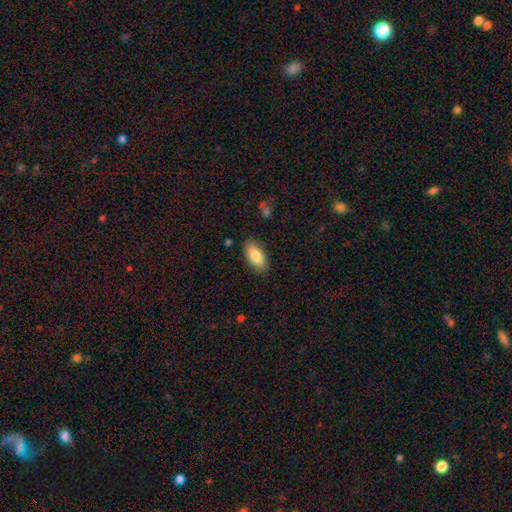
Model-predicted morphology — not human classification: Smooth or featured? Predicted: smooth (p=0.82). How rounded? Predicted: in between (p=0.90). Merging? Predicted: none (p=0.86).